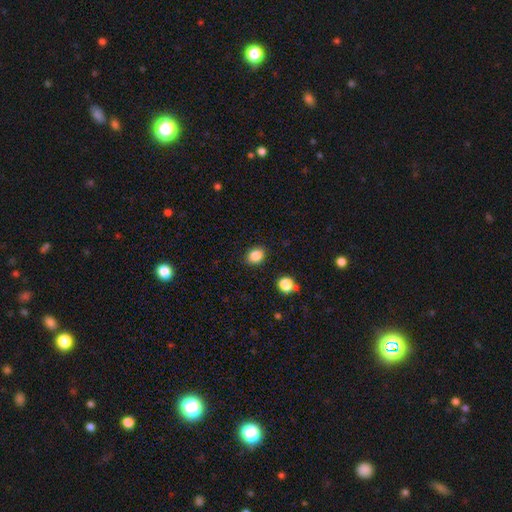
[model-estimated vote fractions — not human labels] A smooth galaxy with no disk features (86%) that is round (50%).

Vote fractions:
- Smooth or featured? smooth: 86% / star or artifact: 10% / featured or disk: 4%
- How rounded? round: 50% / in between: 49% / cigar-shaped: 1%
- Merging? none: 88% / minor disturbance: 8% / major disturbance: 2% / merger: 2%